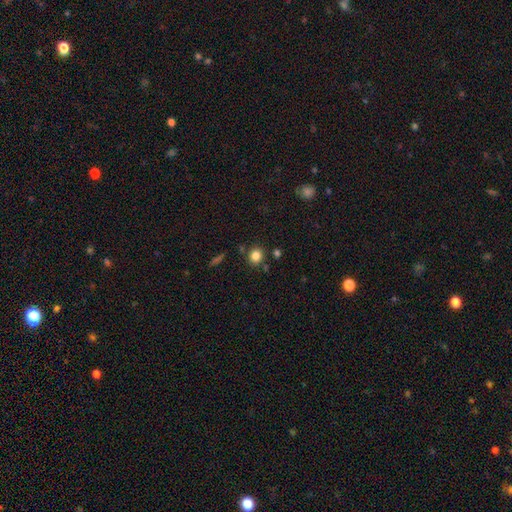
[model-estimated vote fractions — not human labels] Smooth or featured? smooth (83%)
How rounded? round (75%)
Merging? none (82%)